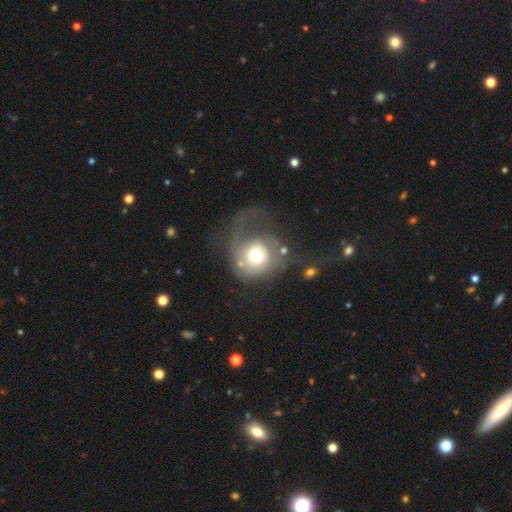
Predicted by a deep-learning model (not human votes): smooth-or-featured: smooth: 47% | featured or disk: 45% | star or artifact: 8%
  merging: major disturbance: 50% | none: 28% | minor disturbance: 16% | merger: 7%